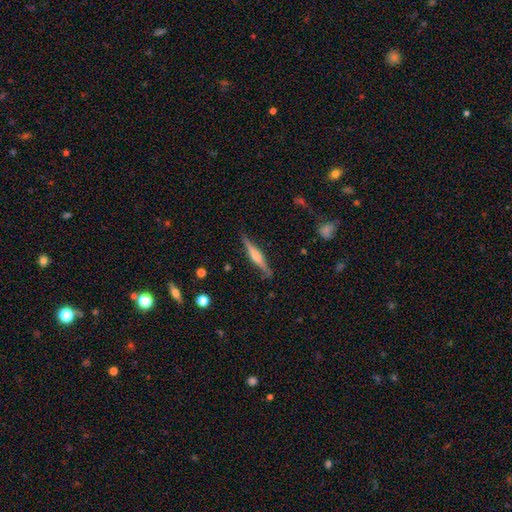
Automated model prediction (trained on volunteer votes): Q: Smooth or featured?
A: featured or disk (71%); runner-up: smooth (23%)
Q: Edge-on disk?
A: yes (97%); runner-up: no (3%)
Q: Edge-on bulge?
A: rounded (76%); runner-up: boxy (17%)
Q: Merging?
A: none (86%); runner-up: minor disturbance (10%)